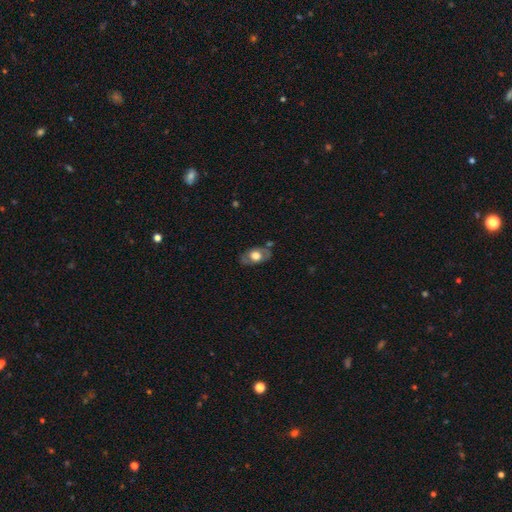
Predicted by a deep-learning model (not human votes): The model was most divided on "smooth or featured": smooth: 52%, featured or disk: 41%, star or artifact: 7%. More confident: how rounded — in between (85%); merging — none (74%).